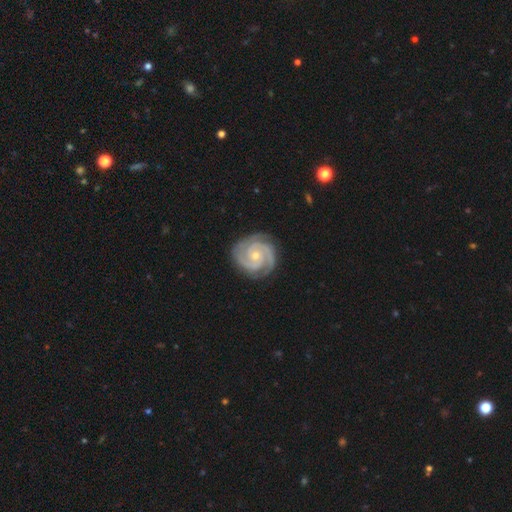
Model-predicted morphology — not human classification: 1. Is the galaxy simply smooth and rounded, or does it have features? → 93% featured or disk, 3% star or artifact, 3% smooth.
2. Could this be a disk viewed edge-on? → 98% no, 2% yes.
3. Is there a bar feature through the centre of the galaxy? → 71% no, 22% weak, 7% strong.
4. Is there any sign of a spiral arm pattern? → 99% yes, 1% no.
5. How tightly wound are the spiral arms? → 75% tight, 23% medium, 2% loose.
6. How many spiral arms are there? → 56% 2, 31% 3, 4% can't tell, 3% 4, 3% 1, 3% more than 4.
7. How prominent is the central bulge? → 63% small, 34% moderate, 1% none, 1% large, 1% dominant.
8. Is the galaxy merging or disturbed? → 85% none, 11% minor disturbance, 2% major disturbance, 1% merger.